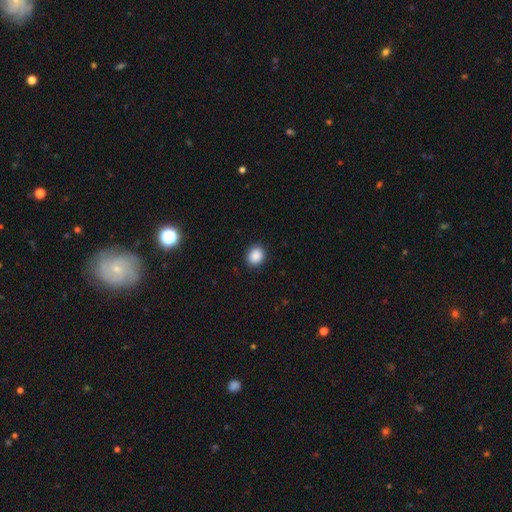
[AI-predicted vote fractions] smooth_or_featured: smooth (p=0.89) [alt: star or artifact p=0.08]
how_rounded: round (p=0.63) [alt: in between p=0.36]
merging: none (p=0.89) [alt: minor disturbance p=0.08]